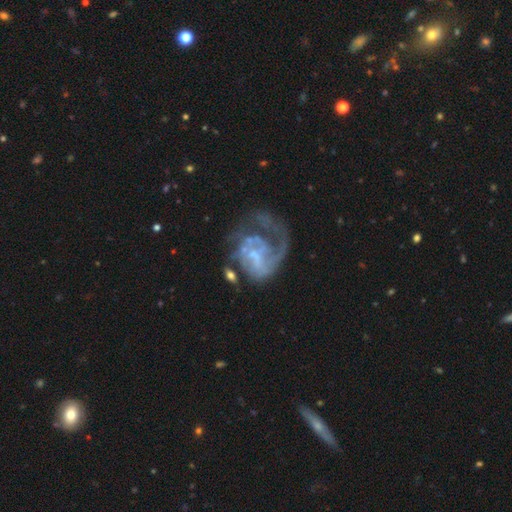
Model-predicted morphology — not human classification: smooth_or_featured: featured or disk (p=0.80) [alt: smooth p=0.12]
disk_edge_on: no (p=0.98) [alt: yes p=0.02]
bar: no (p=0.60) [alt: weak p=0.33]
has_spiral_arms: yes (p=0.77) [alt: no p=0.23]
spiral_winding: medium (p=0.37) [alt: loose p=0.35]
spiral_arm_count: 1 (p=0.57) [alt: 2 p=0.17]
bulge_size: none (p=0.50) [alt: small p=0.34]
merging: major disturbance (p=0.46) [alt: none p=0.30]